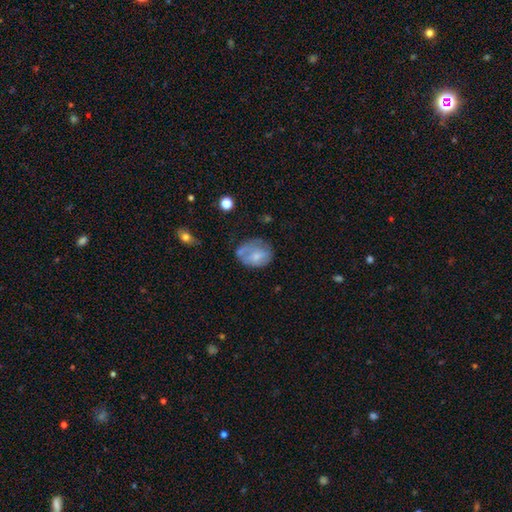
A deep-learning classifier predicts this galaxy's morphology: smooth-or-featured: smooth: 57% | featured or disk: 35% | star or artifact: 8%
  how-rounded: in between: 61% | round: 38% | cigar-shaped: 1%
  merging: none: 43% | minor disturbance: 31% | major disturbance: 19% | merger: 8%